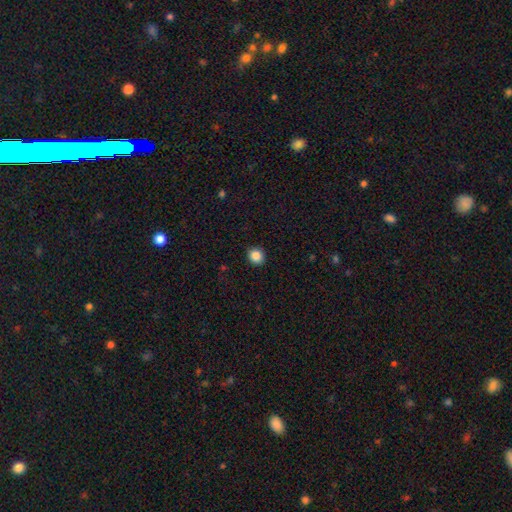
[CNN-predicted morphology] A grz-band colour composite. It shows a smooth galaxy with no disk features (87%) that is round (84%). Merging: none (91%).